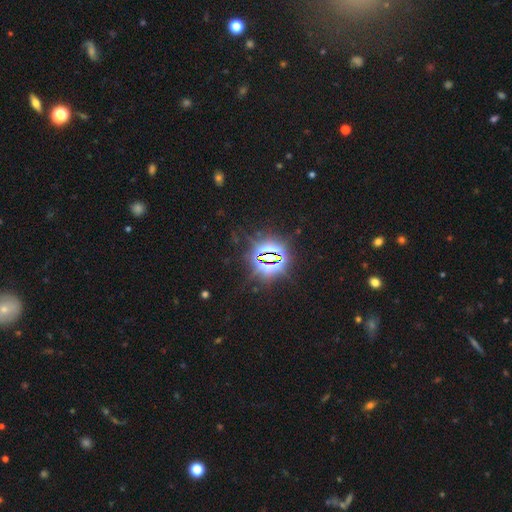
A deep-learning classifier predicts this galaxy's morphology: type=star or artifact (82%).